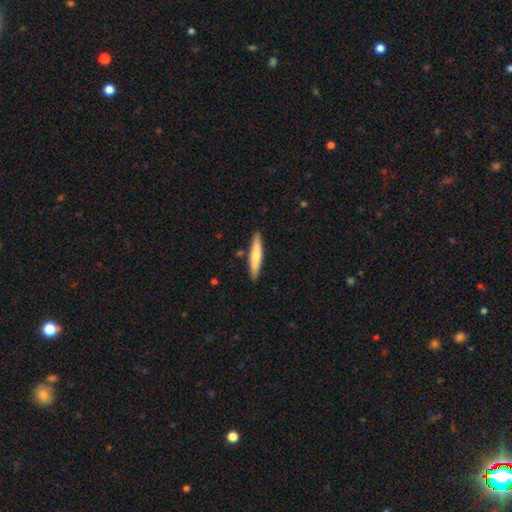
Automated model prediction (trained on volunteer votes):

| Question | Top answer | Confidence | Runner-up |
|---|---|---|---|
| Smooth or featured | smooth | 66% | featured or disk (29%) |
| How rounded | cigar-shaped | 90% | in between (9%) |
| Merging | none | 88% | minor disturbance (9%) |